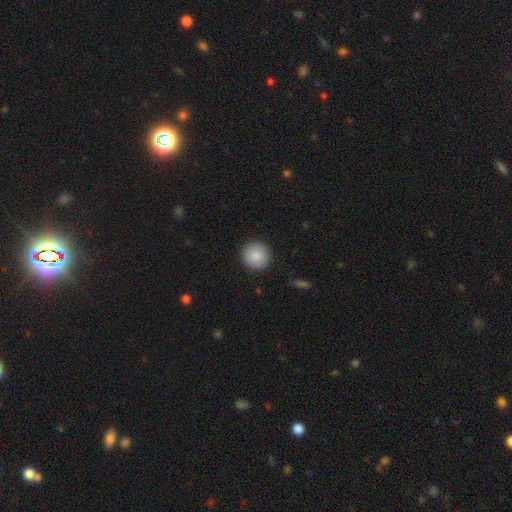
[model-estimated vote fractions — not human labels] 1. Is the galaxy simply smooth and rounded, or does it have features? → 86% smooth, 7% featured or disk, 7% star or artifact.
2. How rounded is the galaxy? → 95% round, 4% in between, 1% cigar-shaped.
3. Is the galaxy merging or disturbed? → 91% none, 6% minor disturbance, 2% major disturbance, 1% merger.